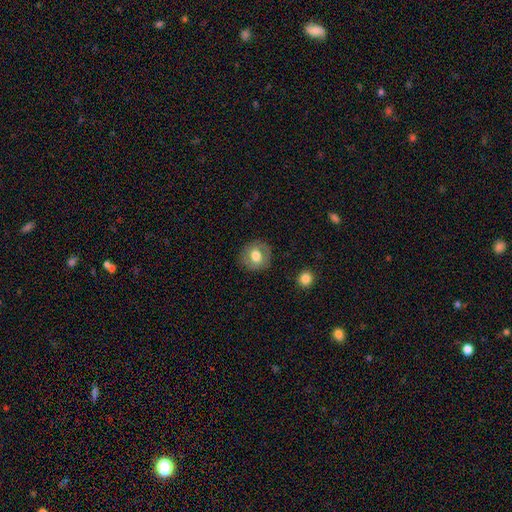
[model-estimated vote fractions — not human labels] Overall: smooth (70%). How rounded: round (85%). Merging: none (86%).